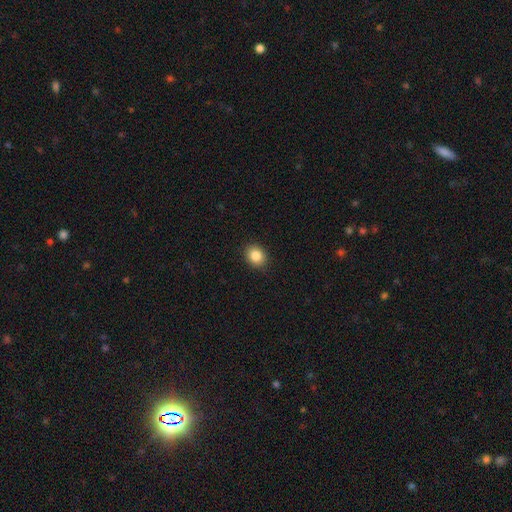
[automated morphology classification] Smooth or featured? smooth (86%)
How rounded? round (53%)
Merging? none (89%)